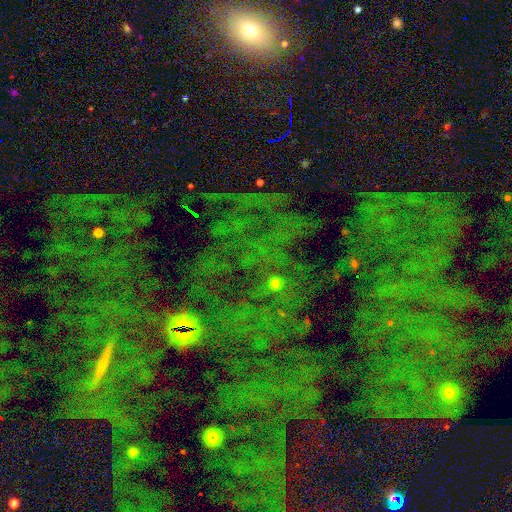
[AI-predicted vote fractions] smooth-or-featured: star or artifact: 73% | smooth: 16% | featured or disk: 11%